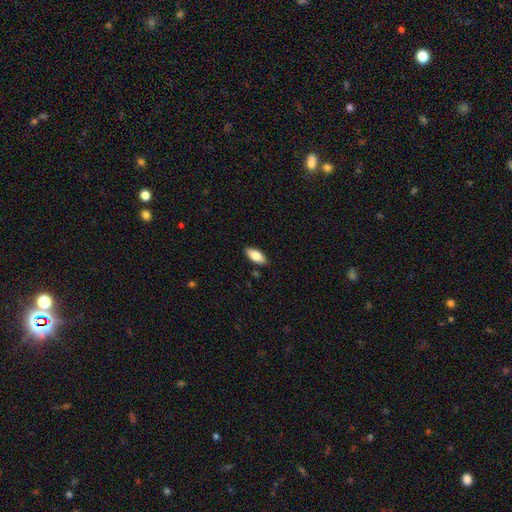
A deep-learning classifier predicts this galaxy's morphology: Smooth or featured: smooth — 79% (featured or disk — 14%)
How rounded: in between — 84% (cigar-shaped — 14%)
Merging: none — 88% (minor disturbance — 9%)